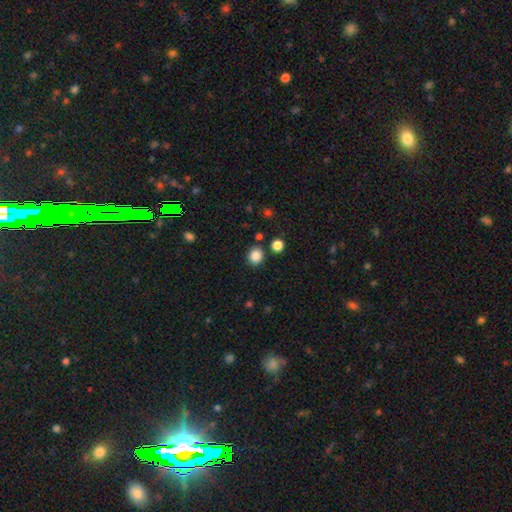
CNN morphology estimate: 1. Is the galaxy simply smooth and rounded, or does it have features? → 86% smooth, 11% star or artifact, 3% featured or disk.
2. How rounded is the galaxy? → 80% round, 19% in between, 1% cigar-shaped.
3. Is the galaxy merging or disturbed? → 86% none, 8% minor disturbance, 4% merger, 3% major disturbance.